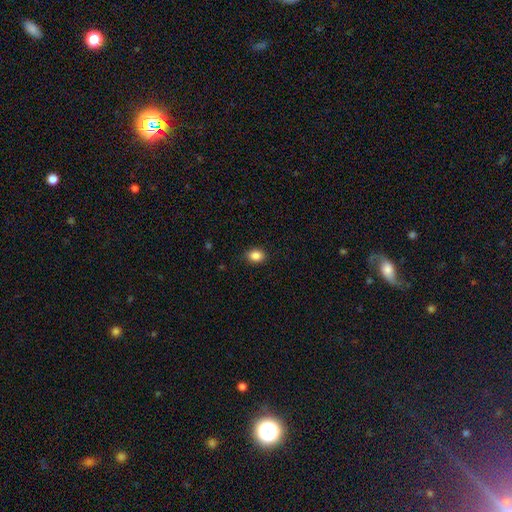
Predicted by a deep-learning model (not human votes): smooth_or_featured: smooth (p=0.87) [alt: star or artifact p=0.09]
how_rounded: in between (p=0.62) [alt: round p=0.37]
merging: none (p=0.88) [alt: minor disturbance p=0.09]